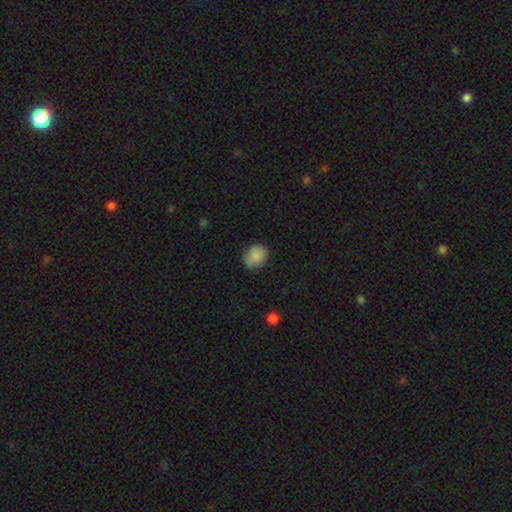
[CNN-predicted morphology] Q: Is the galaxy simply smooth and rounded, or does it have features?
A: smooth — 85%.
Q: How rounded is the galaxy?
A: round — 52%.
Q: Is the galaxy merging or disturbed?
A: none — 75%.